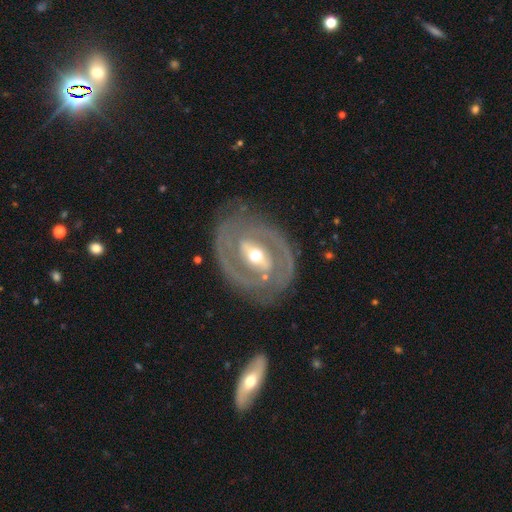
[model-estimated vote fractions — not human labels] Overall: featured or disk (87%). Edge-on disk: no (96%). Bar: strong (51%; weak 33%). Spiral arms: yes (84%). Spiral arm count: 2 (81%). Spiral winding: tight (57%; medium 34%). Bulge size: moderate (63%; small 31%). Merging: none (78%).